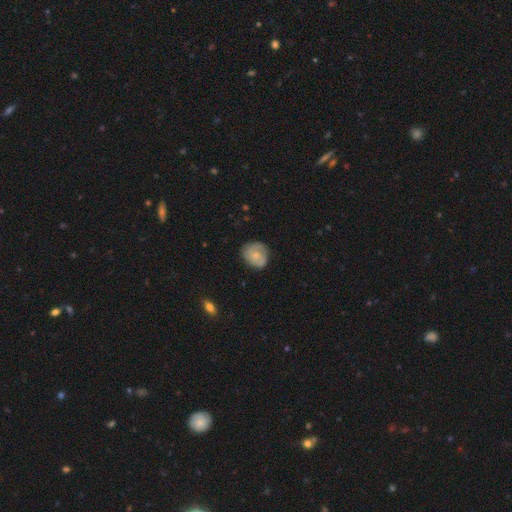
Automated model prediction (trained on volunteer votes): Overall: featured or disk (47%; smooth 46%). Merging: none (69%).